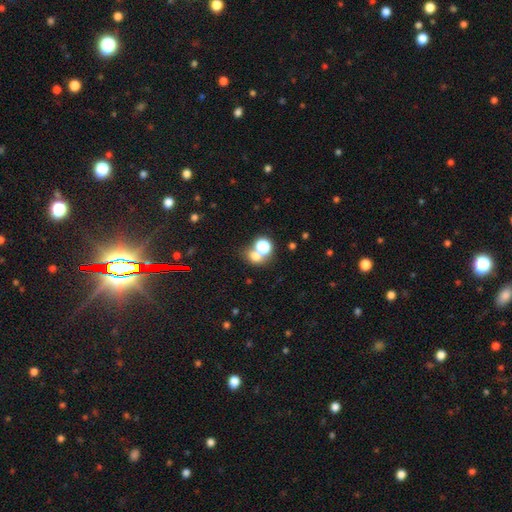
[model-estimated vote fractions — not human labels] This appears to be a smooth galaxy with no disk features (63%) that is round (67%). Merging: none (49%).